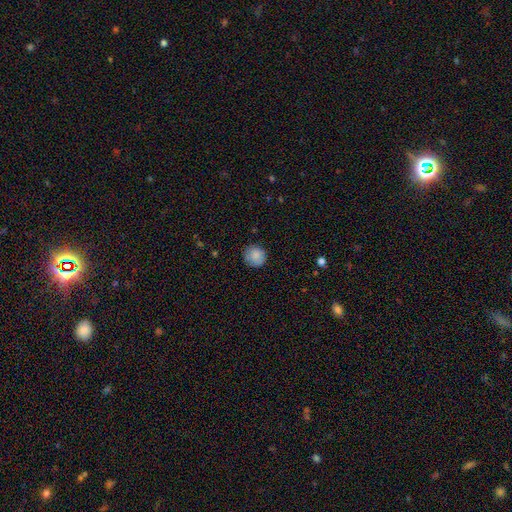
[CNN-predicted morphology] Overall: smooth (86%). How rounded: round (93%). Merging: none (83%).